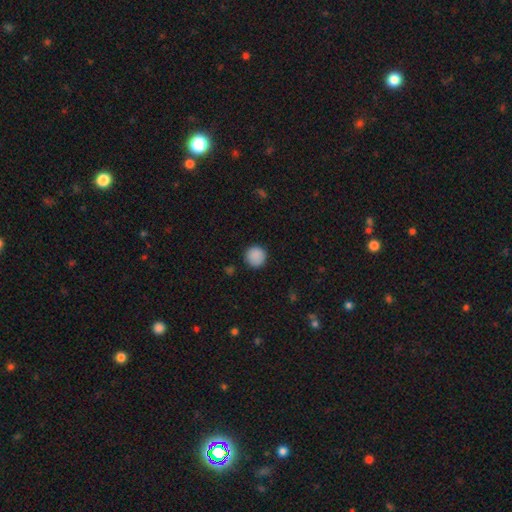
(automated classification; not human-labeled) smooth 89%, star or artifact 9%, featured or disk 3%. Down the decision tree: how rounded — round (95%); merging — none (90%).